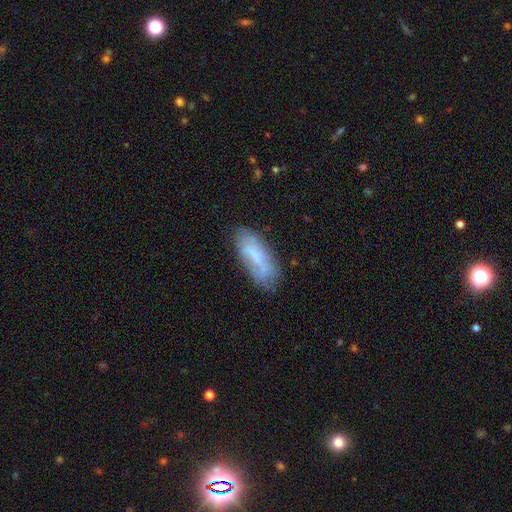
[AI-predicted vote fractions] smooth_or_featured: smooth (p=0.51) [alt: featured or disk p=0.41]
how_rounded: in between (p=0.74) [alt: cigar-shaped p=0.24]
merging: none (p=0.63) [alt: minor disturbance p=0.24]